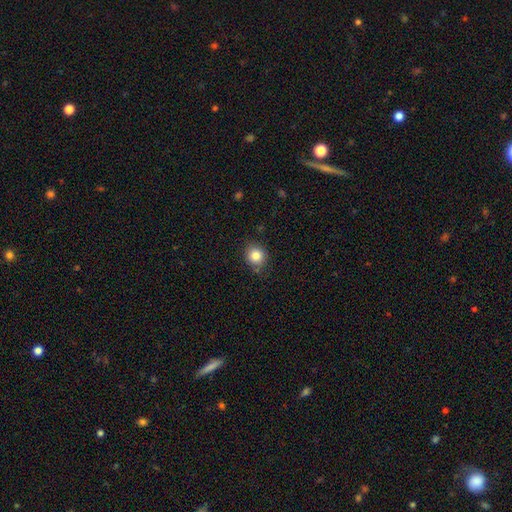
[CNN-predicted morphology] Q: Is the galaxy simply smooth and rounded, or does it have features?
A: smooth — 84%.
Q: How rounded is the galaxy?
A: round — 82%.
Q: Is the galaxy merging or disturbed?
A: none — 82%.